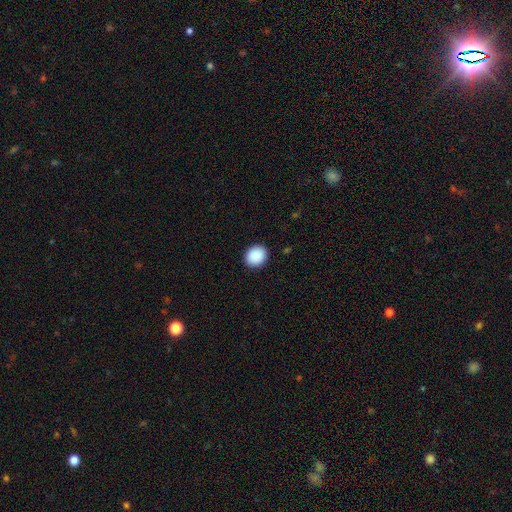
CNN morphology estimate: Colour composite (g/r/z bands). It shows a smooth galaxy with no disk features (90%) that is round (73%). Merging: none (91%).